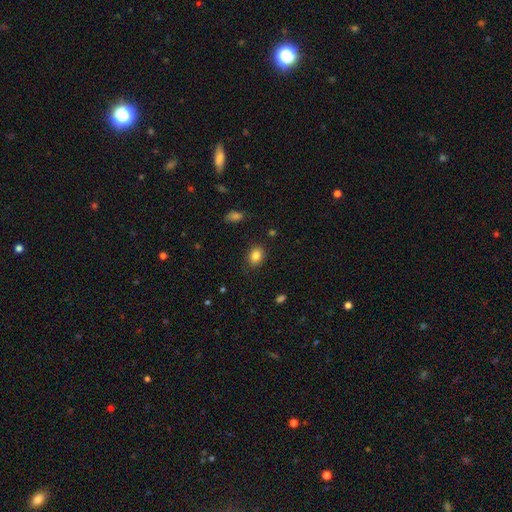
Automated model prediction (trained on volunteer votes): Overall: smooth (84%). How rounded: in between (60%; round 39%). Merging: none (84%).